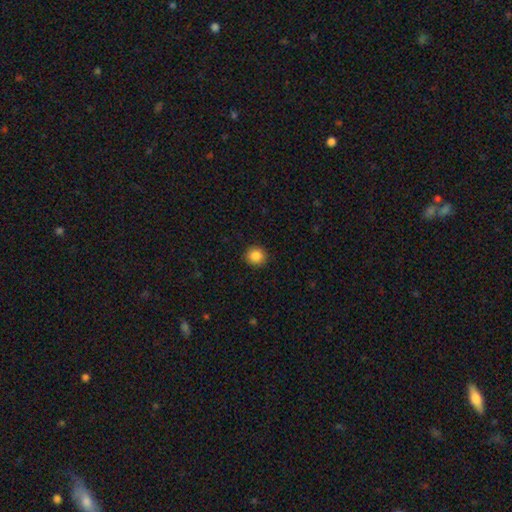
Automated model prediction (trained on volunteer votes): smooth_or_featured: smooth (p=0.86) [alt: star or artifact p=0.10]
how_rounded: round (p=0.91) [alt: in between p=0.08]
merging: none (p=0.92) [alt: minor disturbance p=0.05]